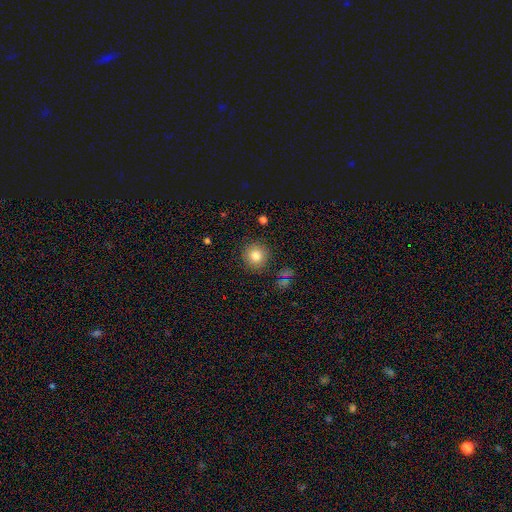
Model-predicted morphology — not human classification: Overall: smooth (81%). How rounded: round (93%). Merging: none (89%).